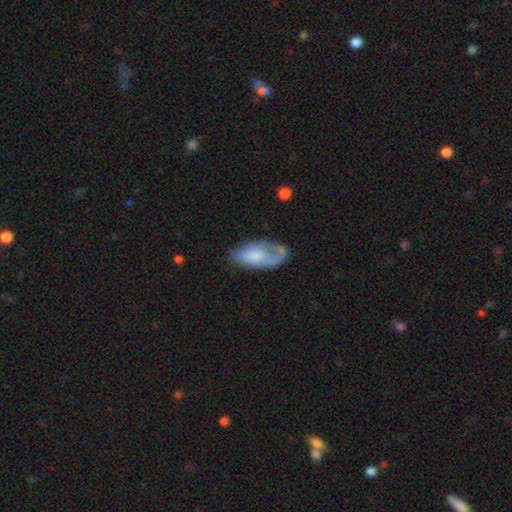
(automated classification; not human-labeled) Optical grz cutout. It shows a smooth galaxy with no disk features (62%) that is in between round and cigar-shaped (91%). Merging: none (47%).